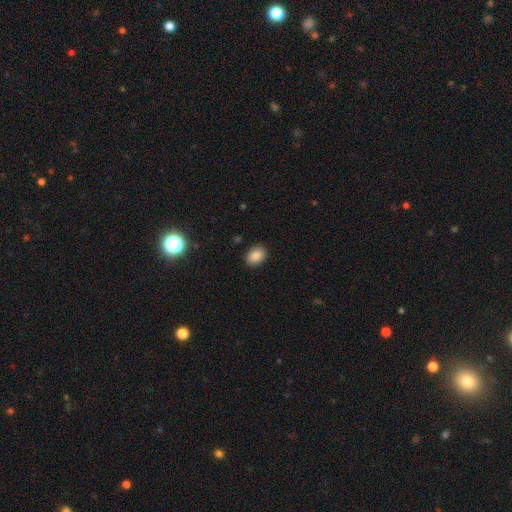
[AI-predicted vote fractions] Smooth or featured?
  - smooth: 87% *
  - star or artifact: 9%
  - featured or disk: 4%
How rounded?
  - in between: 74% *
  - round: 25%
  - cigar-shaped: 1%
Merging?
  - none: 88% *
  - minor disturbance: 8%
  - major disturbance: 2%
  - merger: 1%